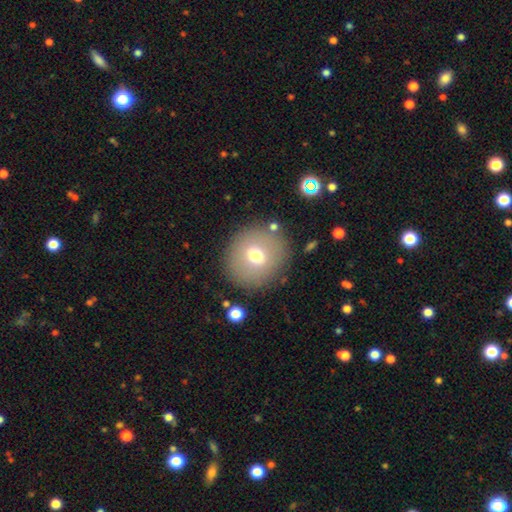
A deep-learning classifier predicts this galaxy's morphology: This appears to be a smooth galaxy with no disk features (67%) that is round (88%). Merging: none (85%).